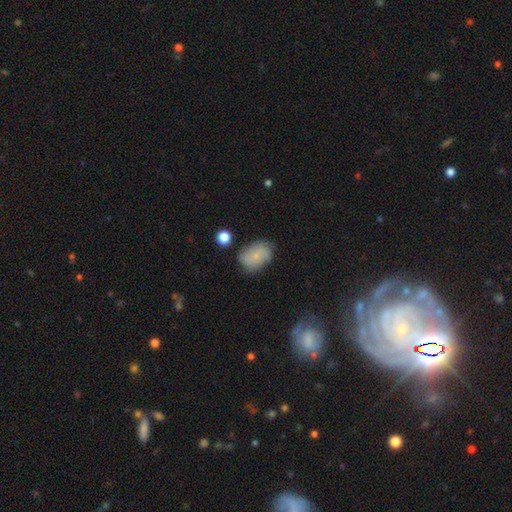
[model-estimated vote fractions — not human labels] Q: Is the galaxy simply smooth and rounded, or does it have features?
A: smooth — 61%.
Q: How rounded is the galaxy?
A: in between — 79%.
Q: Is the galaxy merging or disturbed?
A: none — 68%.